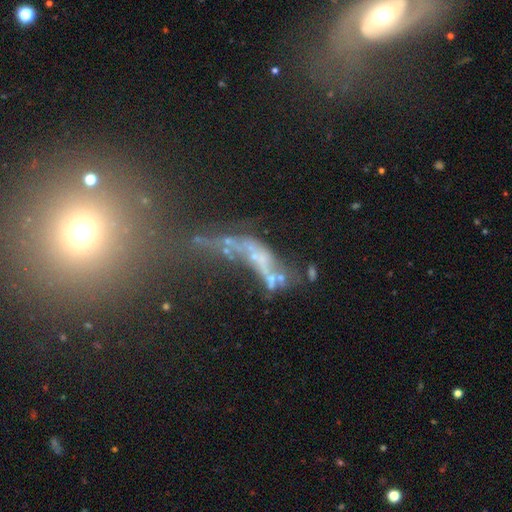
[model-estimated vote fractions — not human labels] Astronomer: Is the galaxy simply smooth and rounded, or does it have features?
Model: featured or disk — 47% (runner-up: star or artifact, 31%).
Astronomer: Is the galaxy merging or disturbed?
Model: major disturbance — 35% (runner-up: merger, 32%).